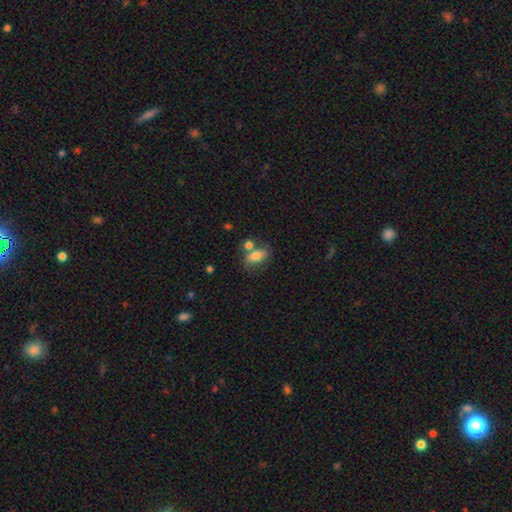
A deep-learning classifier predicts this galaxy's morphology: A smooth galaxy with no disk features (74%) that is in between round and cigar-shaped (83%).

Vote fractions:
- Smooth or featured? smooth: 74% / featured or disk: 18% / star or artifact: 9%
- How rounded? in between: 83% / round: 10% / cigar-shaped: 6%
- Merging? none: 52% / merger: 26% / minor disturbance: 16% / major disturbance: 6%